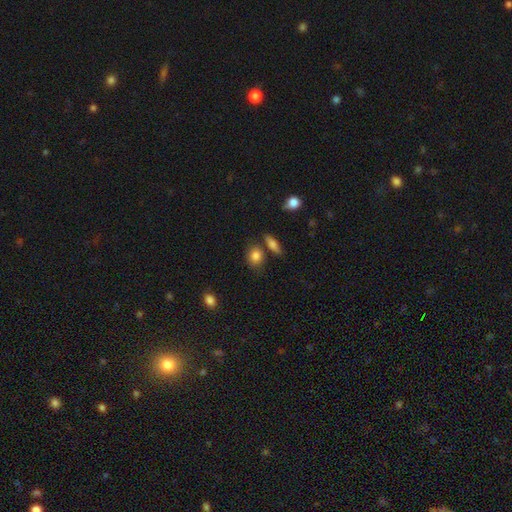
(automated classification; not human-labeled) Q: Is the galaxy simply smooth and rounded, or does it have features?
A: smooth — 83%.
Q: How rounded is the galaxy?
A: round — 49%.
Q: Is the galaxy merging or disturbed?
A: none — 69%.